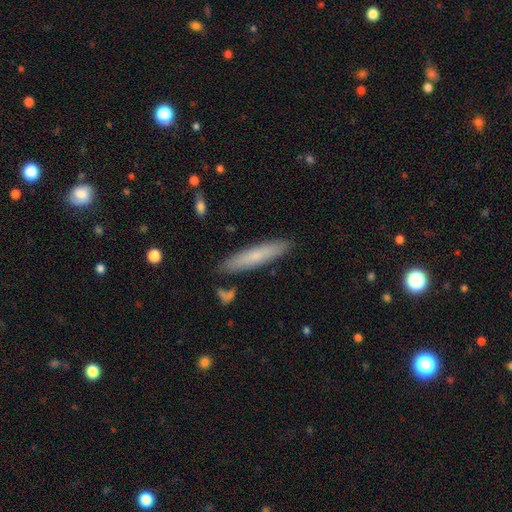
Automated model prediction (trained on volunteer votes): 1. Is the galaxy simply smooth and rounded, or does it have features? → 68% smooth, 25% featured or disk, 7% star or artifact.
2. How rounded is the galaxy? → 89% cigar-shaped, 9% in between, 1% round.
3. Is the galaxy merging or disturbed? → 86% none, 9% minor disturbance, 3% merger, 2% major disturbance.